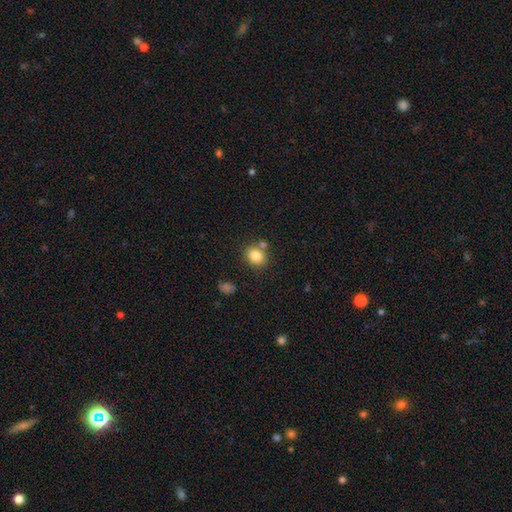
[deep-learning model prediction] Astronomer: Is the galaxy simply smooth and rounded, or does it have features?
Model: smooth — 83%.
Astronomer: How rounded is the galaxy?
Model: round — 62% (runner-up: in between, 38%).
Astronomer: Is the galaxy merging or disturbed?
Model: none — 71%.